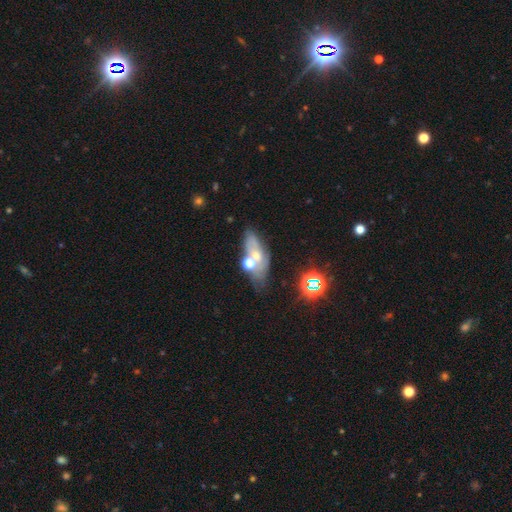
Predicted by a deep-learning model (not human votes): Smooth or featured? Predicted: smooth (p=0.42). Merging? Predicted: none (p=0.53).